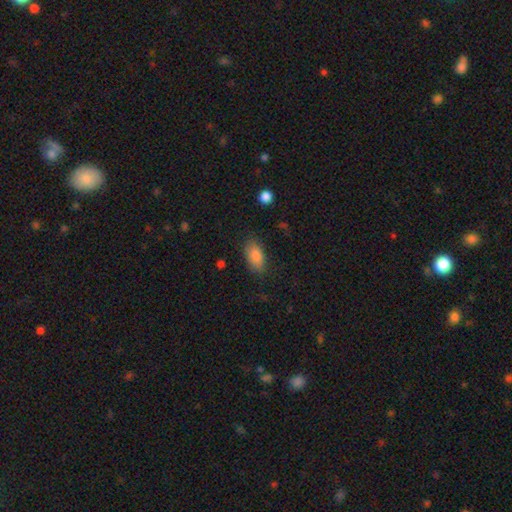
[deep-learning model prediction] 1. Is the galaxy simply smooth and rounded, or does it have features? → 85% smooth, 8% star or artifact, 7% featured or disk.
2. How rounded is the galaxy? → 90% in between, 6% cigar-shaped, 4% round.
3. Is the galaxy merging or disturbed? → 81% none, 14% minor disturbance, 4% major disturbance, 1% merger.